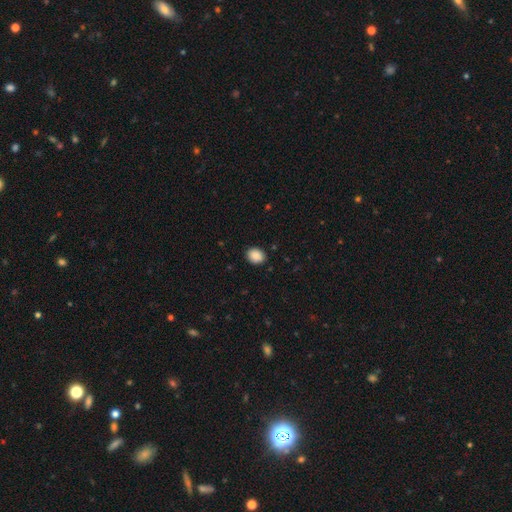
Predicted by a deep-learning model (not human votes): Smooth or featured? Predicted: smooth (p=0.89). How rounded? Predicted: in between (p=0.52). Merging? Predicted: none (p=0.89).